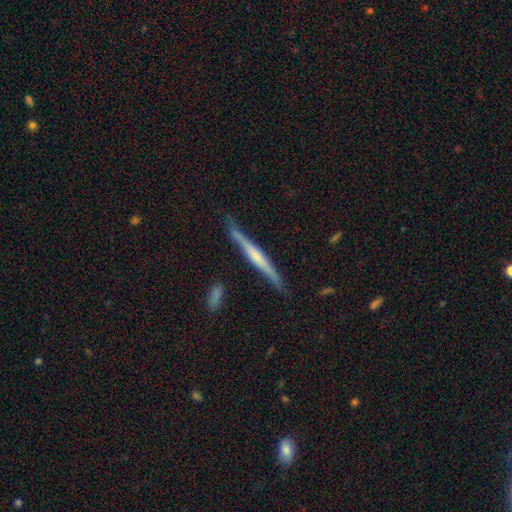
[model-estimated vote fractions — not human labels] Smooth or featured: featured or disk — 68% (smooth — 27%)
Edge-on disk: yes — 97% (no — 3%)
Edge-on bulge: rounded — 48% (none — 32%)
Merging: none — 79% (minor disturbance — 16%)